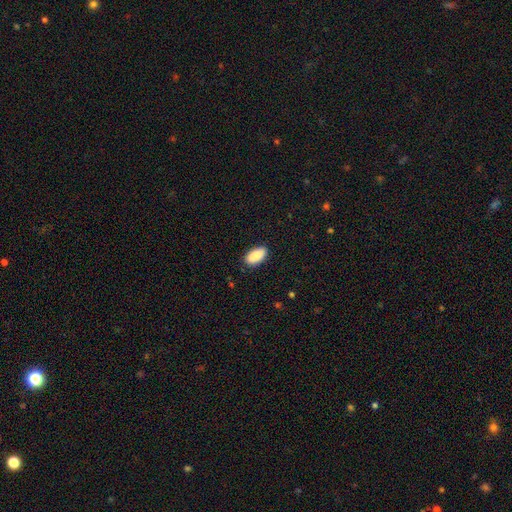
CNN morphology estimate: type=smooth (90%); roundness=in between (94%); merging=none (87%).